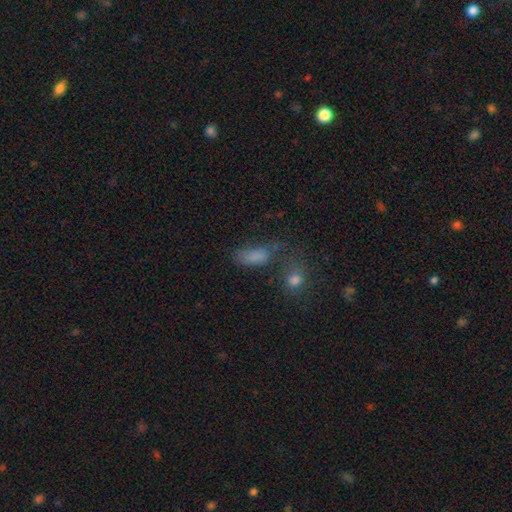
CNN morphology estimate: A smooth galaxy with no disk features (75%) that is in between round and cigar-shaped (79%).

Vote fractions:
- Smooth or featured? smooth: 75% / star or artifact: 16% / featured or disk: 9%
- How rounded? in between: 79% / cigar-shaped: 13% / round: 8%
- Merging? none: 37% / merger: 25% / minor disturbance: 19% / major disturbance: 19%